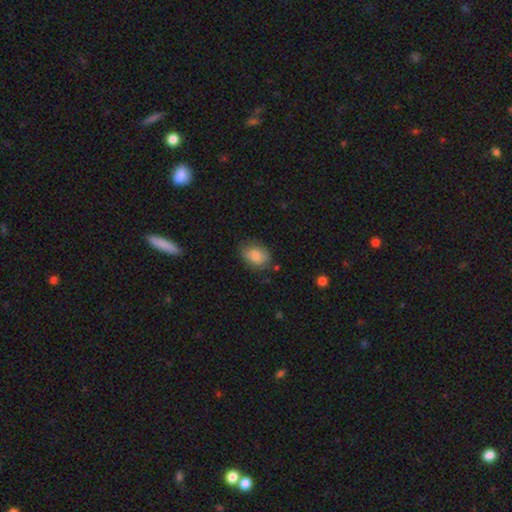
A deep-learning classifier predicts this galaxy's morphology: type=smooth (80%); roundness=in between (68%); merging=none (73%).